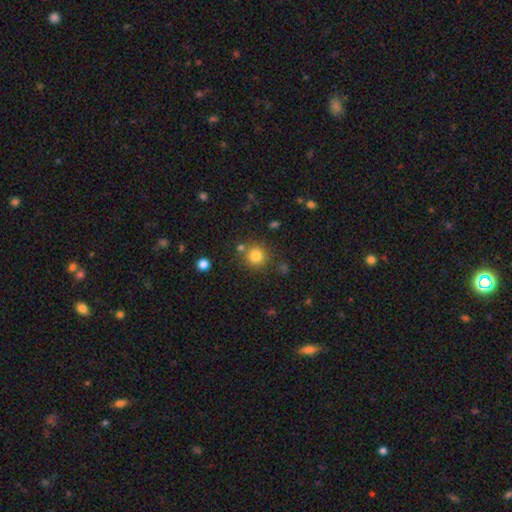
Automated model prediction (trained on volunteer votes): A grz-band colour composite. It shows a smooth galaxy with no disk features (81%) that is round (93%). Merging: none (80%).